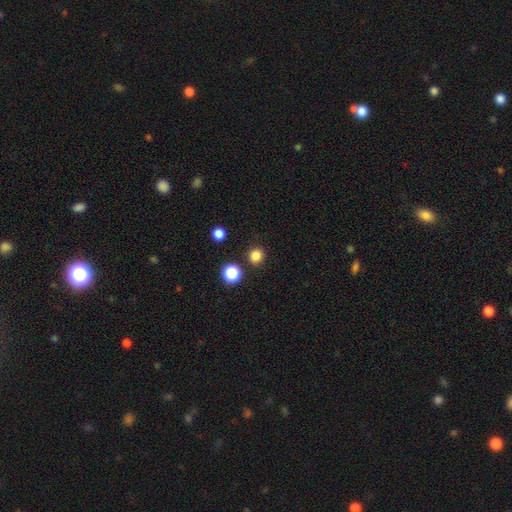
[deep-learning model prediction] A smooth galaxy with no disk features (82%) that is round (90%). Merging: none (89%).